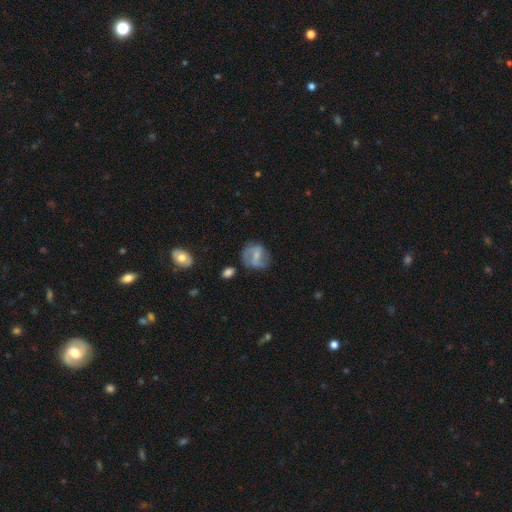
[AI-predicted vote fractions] This appears to be a featured or disk galaxy (60%) with a weak bar (48%), spiral arms (78%) and a small central bulge (43%). Merging: none (61%).